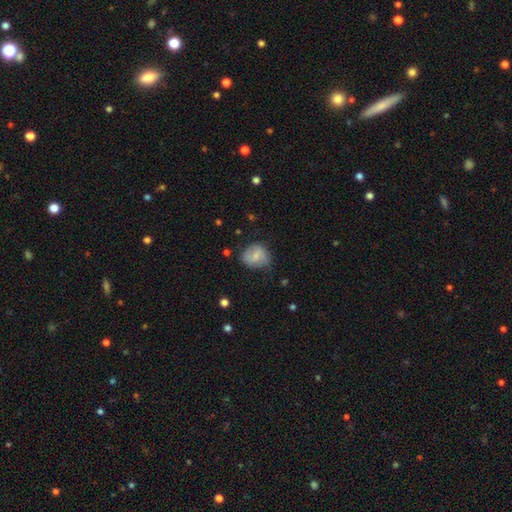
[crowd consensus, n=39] Morphology: type=smooth (59%); roundness=round (78%); merging=none (66%).